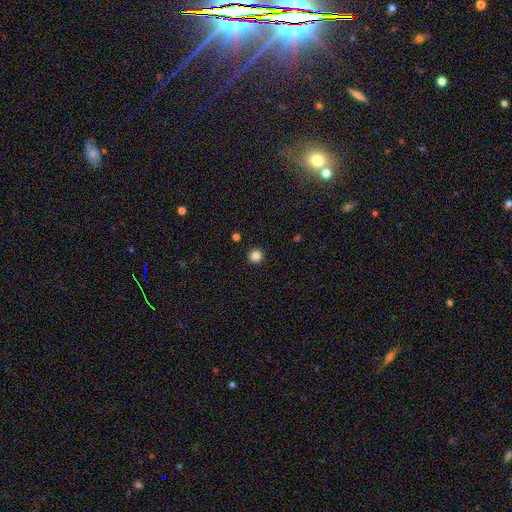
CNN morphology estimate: Q: Smooth or featured?
A: smooth (85%); runner-up: star or artifact (12%)
Q: How rounded?
A: round (96%); runner-up: in between (3%)
Q: Merging?
A: none (94%); runner-up: minor disturbance (4%)